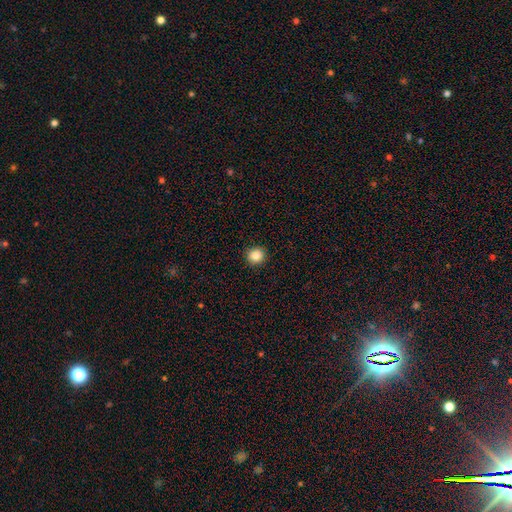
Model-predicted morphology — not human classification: Q: Smooth or featured?
A: smooth (86%); runner-up: star or artifact (10%)
Q: How rounded?
A: round (91%); runner-up: in between (8%)
Q: Merging?
A: none (93%); runner-up: minor disturbance (5%)